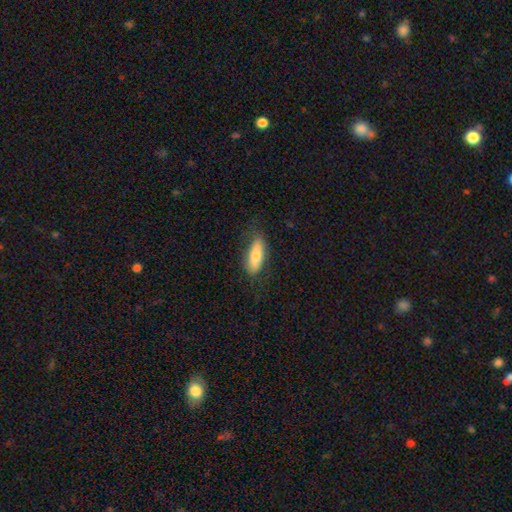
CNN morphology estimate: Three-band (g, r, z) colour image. It shows a smooth galaxy with no disk features (69%) that is in between round and cigar-shaped (67%). Merging: none (76%).